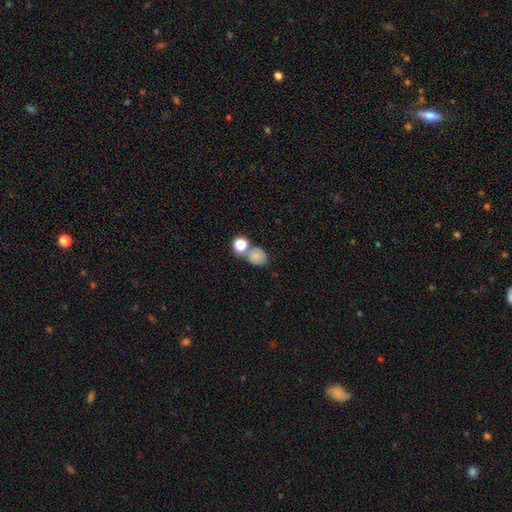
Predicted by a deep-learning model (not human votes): Smooth or featured: smooth — 77% (star or artifact — 12%)
How rounded: round — 57% (in between — 42%)
Merging: none — 48% (merger — 34%)